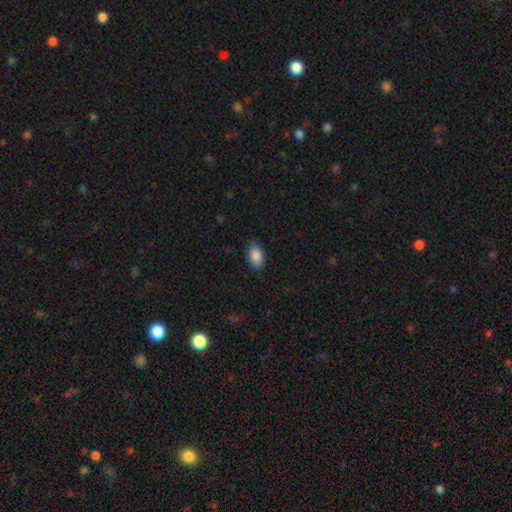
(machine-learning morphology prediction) smooth_or_featured: smooth (p=0.88) [alt: star or artifact p=0.07]
how_rounded: in between (p=0.91) [alt: round p=0.07]
merging: none (p=0.85) [alt: minor disturbance p=0.12]